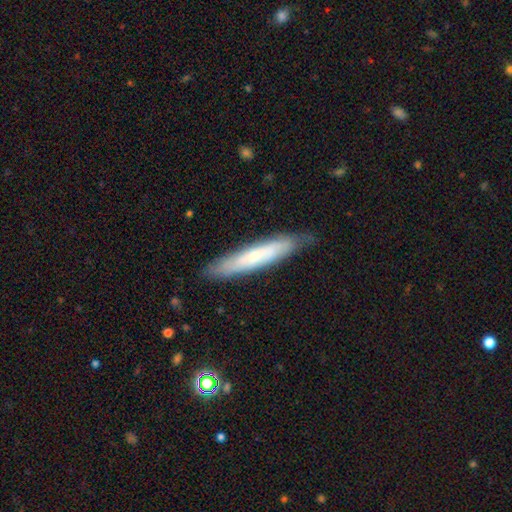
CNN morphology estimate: Smooth or featured: smooth — 53% (featured or disk — 41%)
How rounded: cigar-shaped — 88% (in between — 10%)
Merging: none — 81% (minor disturbance — 15%)